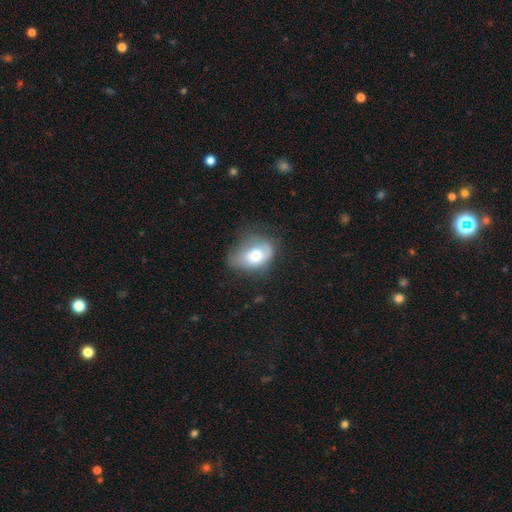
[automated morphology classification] A smooth galaxy with no disk features (69%) that is in between round and cigar-shaped (83%).

Vote fractions:
- Smooth or featured? smooth: 69% / featured or disk: 23% / star or artifact: 9%
- How rounded? in between: 83% / round: 15% / cigar-shaped: 2%
- Merging? none: 38% (tied) / minor disturbance: 38% (tied) / major disturbance: 22% / merger: 3%